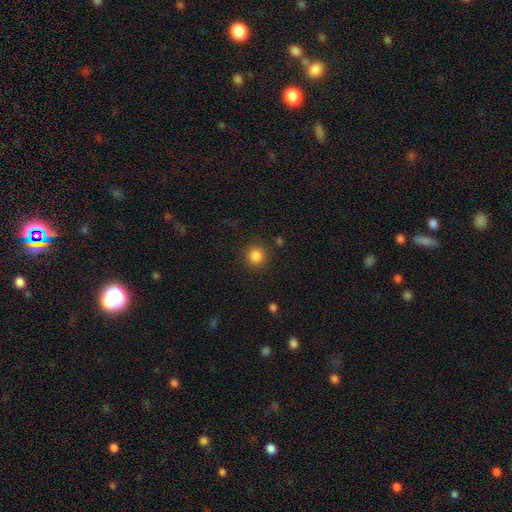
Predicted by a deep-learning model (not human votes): This is clearly a smooth galaxy (85%). How rounded: clearly round (91%). Merging: clearly none (89%).